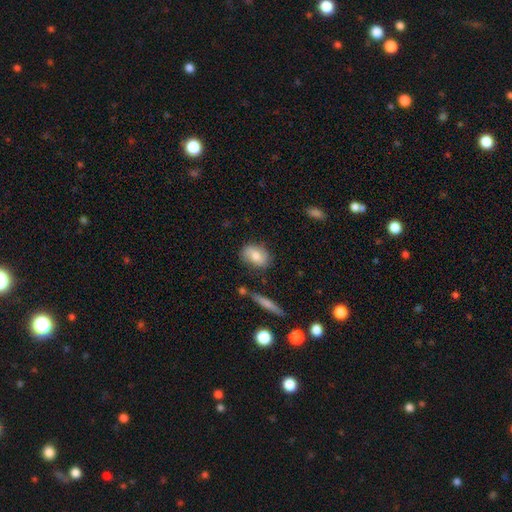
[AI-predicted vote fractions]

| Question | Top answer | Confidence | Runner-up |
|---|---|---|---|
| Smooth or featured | smooth | 74% | featured or disk (19%) |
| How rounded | in between | 72% | round (25%) |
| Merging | none | 77% | minor disturbance (16%) |